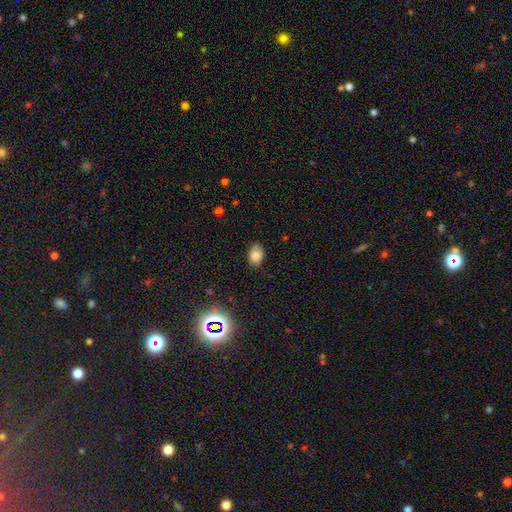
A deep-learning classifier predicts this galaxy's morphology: A smooth galaxy with no disk features (81%) that is in between round and cigar-shaped (79%). Merging: none (77%).